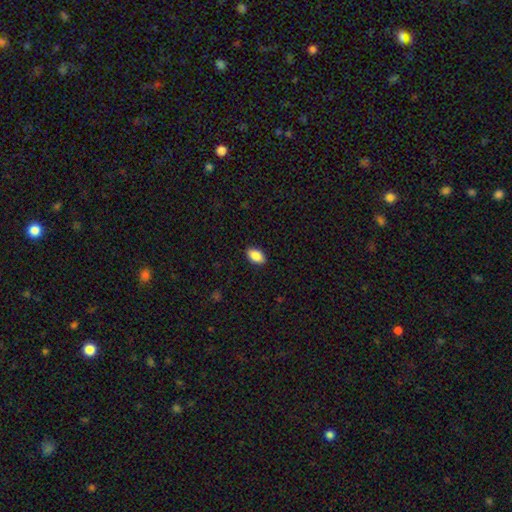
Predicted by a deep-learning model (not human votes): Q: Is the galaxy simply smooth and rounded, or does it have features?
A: smooth — 89%.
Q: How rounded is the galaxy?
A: in between — 93%.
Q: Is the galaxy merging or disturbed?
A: none — 89%.